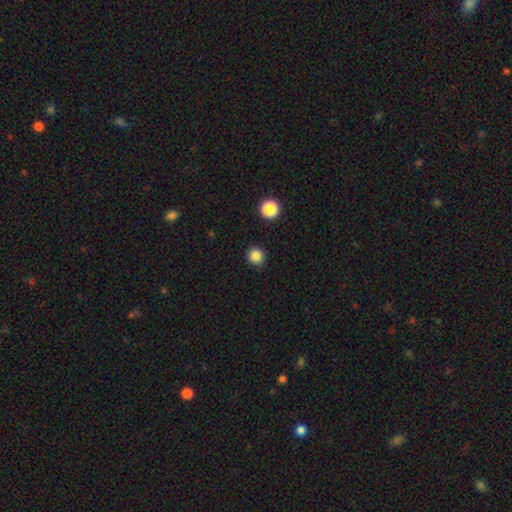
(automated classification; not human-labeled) Smooth or featured: smooth — 83% (star or artifact — 13%)
How rounded: round — 93% (in between — 6%)
Merging: none — 90% (minor disturbance — 6%)